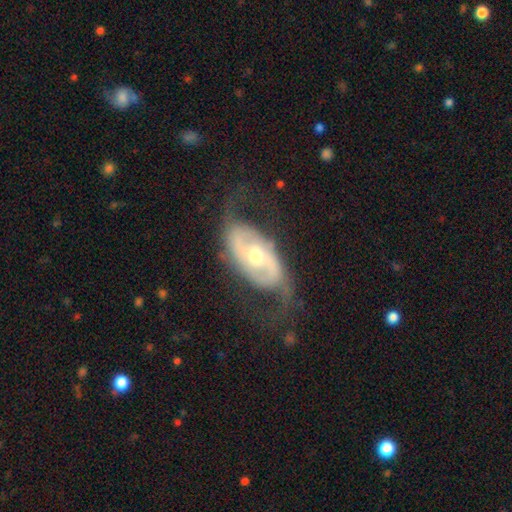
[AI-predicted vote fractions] featured or disk 81%, smooth 13%, star or artifact 5%. Down the decision tree: edge-on disk — no (94%); bar — no (47%); spiral arms — yes (84%); spiral arm count — 2 (86%); spiral winding — loose (43%); bulge size — moderate (63%); merging — none (64%).